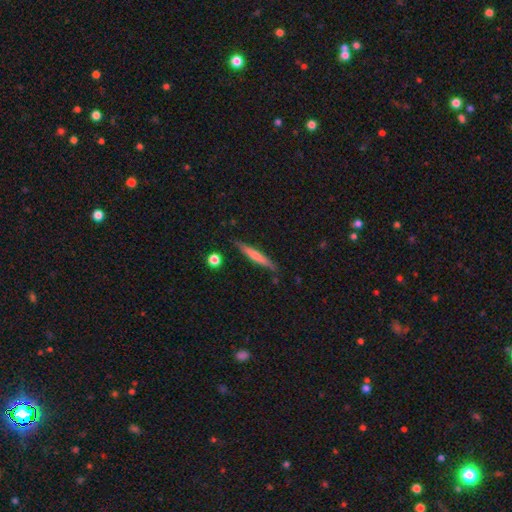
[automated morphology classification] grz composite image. It shows a smooth galaxy with no disk features (60%) that is cigar-shaped (94%). Merging: none (84%).